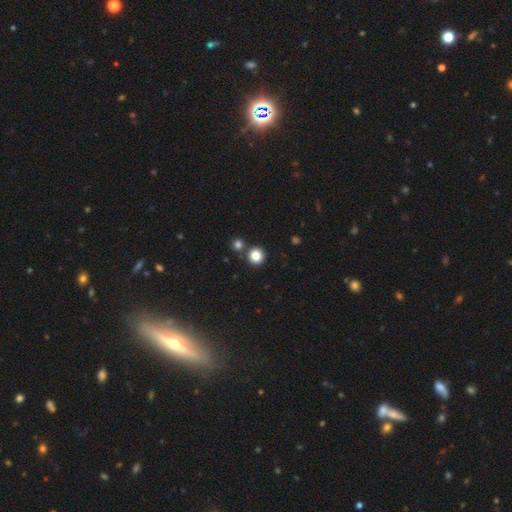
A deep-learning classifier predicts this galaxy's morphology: smooth-or-featured: smooth: 85% | star or artifact: 11% | featured or disk: 4%
  how-rounded: round: 92% | in between: 7% | cigar-shaped: 1%
  merging: none: 79% | merger: 12% | minor disturbance: 6% | major disturbance: 2%